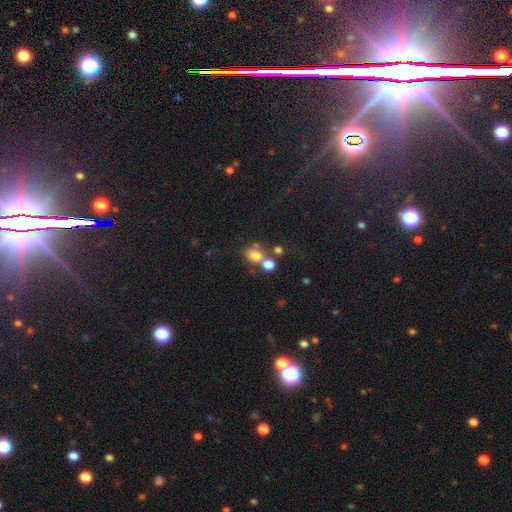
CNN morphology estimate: This appears to be a smooth galaxy with no disk features (74%) that is round (66%). Merging: none (50%).